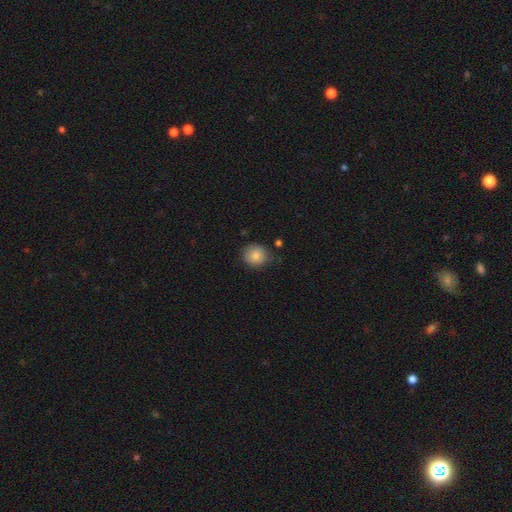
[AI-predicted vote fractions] Smooth or featured? smooth (82%)
How rounded? round (86%)
Merging? none (73%)